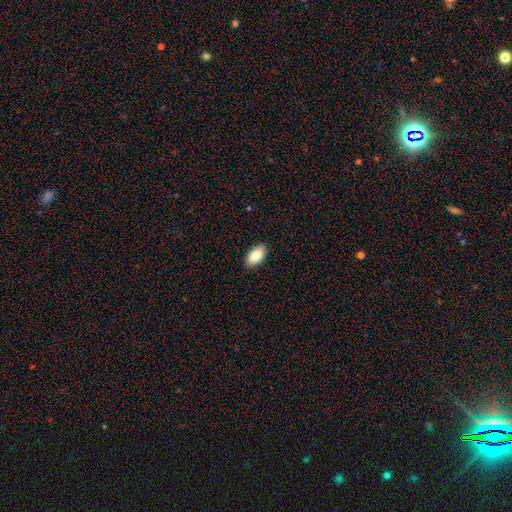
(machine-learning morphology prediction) This appears to be a smooth galaxy with no disk features (85%) that is in between round and cigar-shaped (94%). Merging: none (90%).